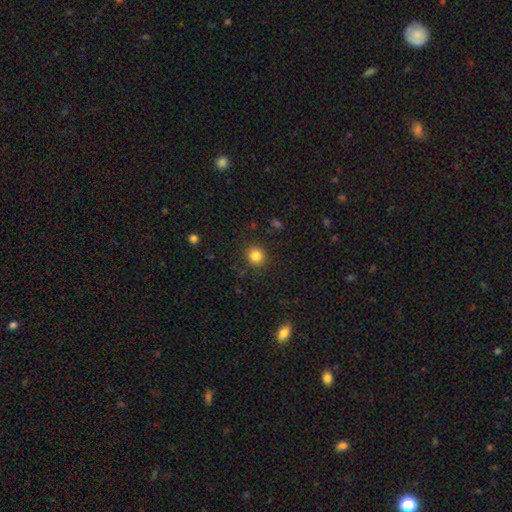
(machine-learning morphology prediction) Q: Smooth or featured?
A: smooth (83%); runner-up: star or artifact (11%)
Q: How rounded?
A: round (89%); runner-up: in between (10%)
Q: Merging?
A: none (89%); runner-up: minor disturbance (7%)